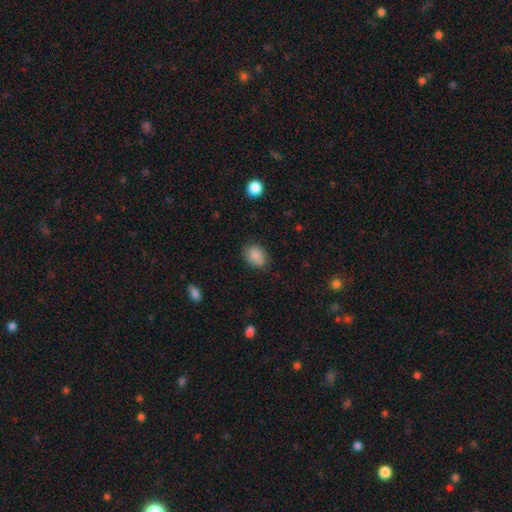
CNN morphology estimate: The model was most divided on "how rounded": in between: 60%, round: 39%, cigar-shaped: 1%. More confident: smooth or featured — smooth (85%); merging — none (78%).